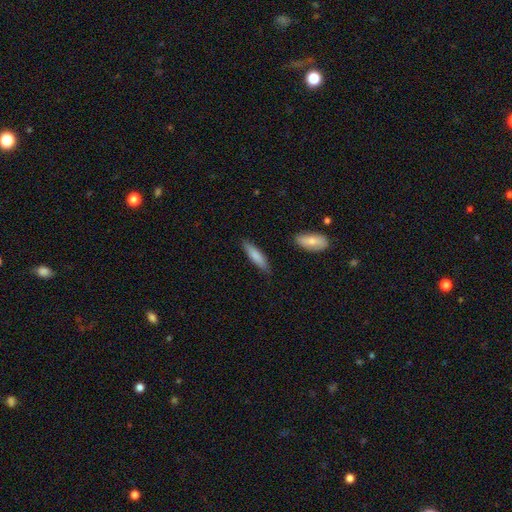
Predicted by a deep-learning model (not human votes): Overall: smooth (80%). How rounded: cigar-shaped (75%). Merging: none (84%).